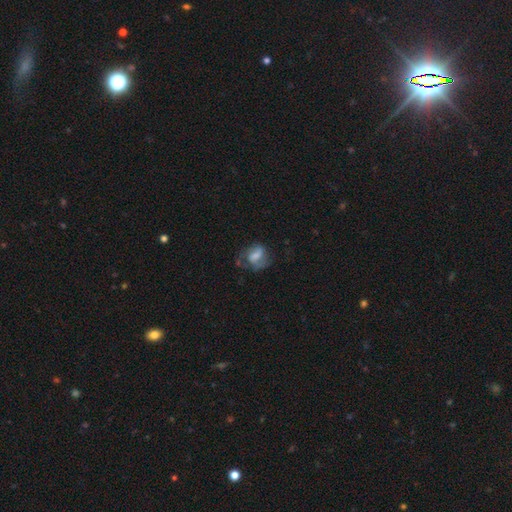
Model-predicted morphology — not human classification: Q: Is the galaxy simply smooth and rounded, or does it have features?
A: featured or disk — 62%.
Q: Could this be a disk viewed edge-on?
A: no — 97%.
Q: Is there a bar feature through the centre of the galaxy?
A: weak — 50%.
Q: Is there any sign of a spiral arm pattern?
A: yes — 84%.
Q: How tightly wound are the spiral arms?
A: medium — 47%.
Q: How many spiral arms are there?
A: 2 — 73%.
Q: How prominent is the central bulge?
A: moderate — 36%.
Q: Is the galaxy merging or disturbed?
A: none — 49%.